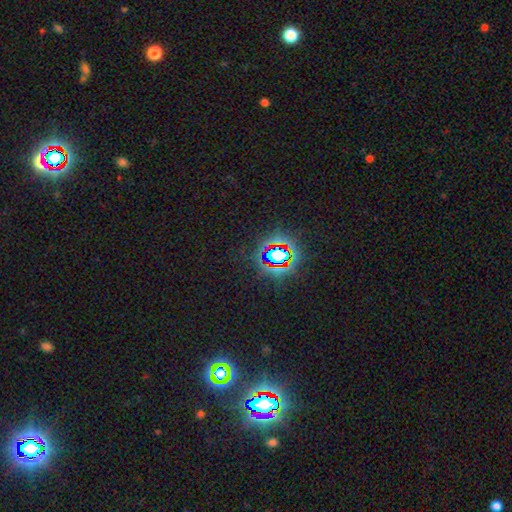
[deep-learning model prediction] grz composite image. It shows a star or artifact, not a galaxy (79%).